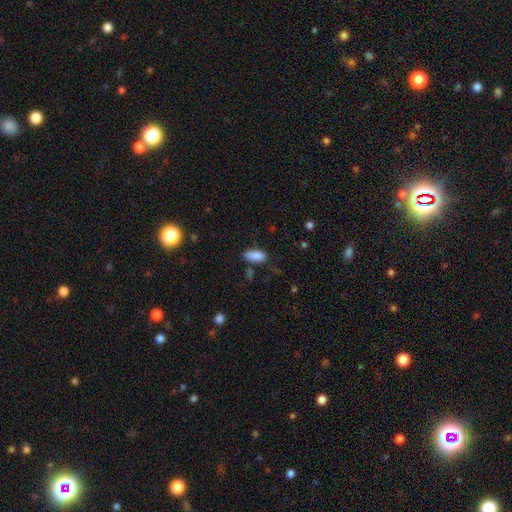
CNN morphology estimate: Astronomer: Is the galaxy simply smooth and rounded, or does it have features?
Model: smooth — 87%.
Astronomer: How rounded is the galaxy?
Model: in between — 86%.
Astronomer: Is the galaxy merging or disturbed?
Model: none — 69%.